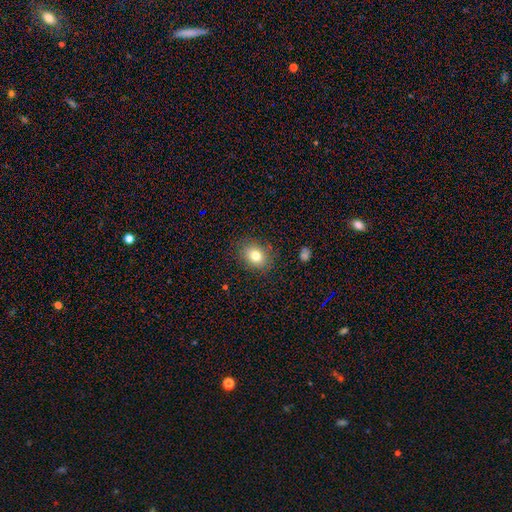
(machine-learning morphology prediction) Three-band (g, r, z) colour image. It shows a smooth galaxy with no disk features (79%) that is in between round and cigar-shaped (51%). Merging: none (85%).